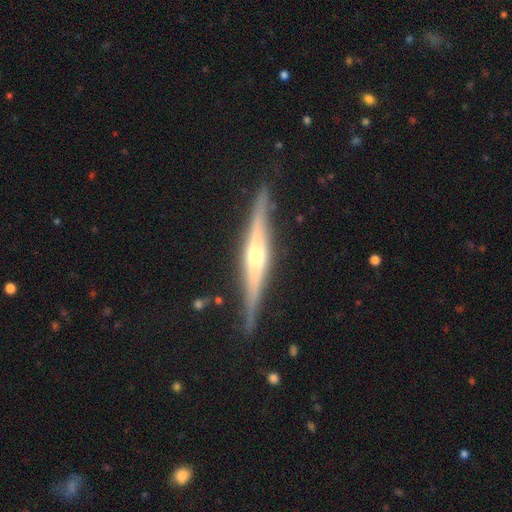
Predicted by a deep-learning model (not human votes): Q: Smooth or featured?
A: featured or disk (81%); runner-up: smooth (14%)
Q: Edge-on disk?
A: yes (97%); runner-up: no (3%)
Q: Edge-on bulge?
A: rounded (70%); runner-up: boxy (20%)
Q: Merging?
A: none (87%); runner-up: minor disturbance (9%)